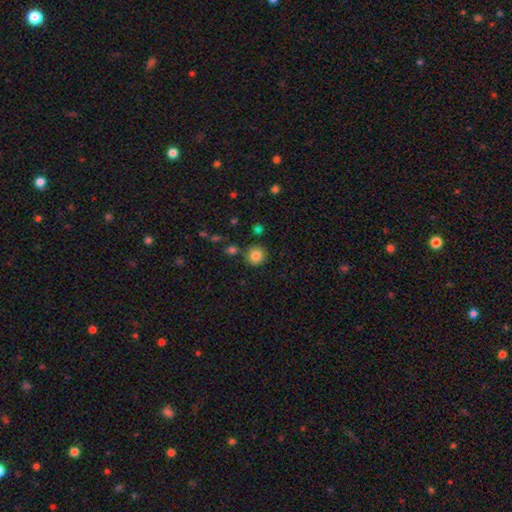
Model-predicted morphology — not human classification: Overall: smooth (84%). How rounded: round (90%). Merging: none (85%).